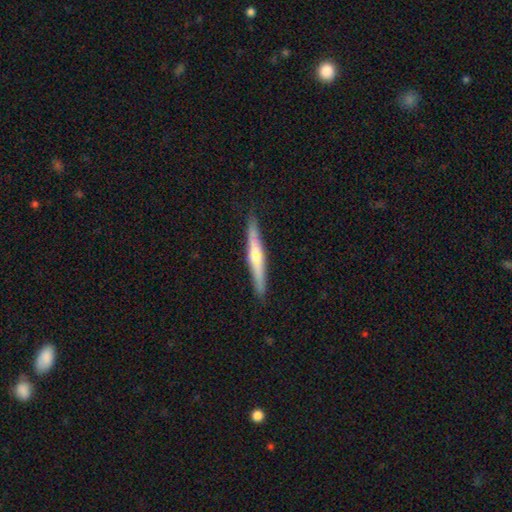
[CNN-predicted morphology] The model was most divided on "smooth or featured": featured or disk: 53%, smooth: 42%, star or artifact: 6%. More confident: edge-on disk — yes (96%); merging — none (90%); edge-on bulge — rounded (73%).